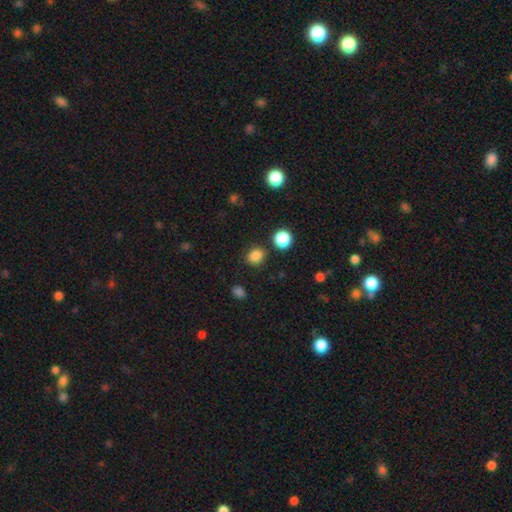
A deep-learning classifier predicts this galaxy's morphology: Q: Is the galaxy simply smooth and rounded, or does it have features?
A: smooth — 83%.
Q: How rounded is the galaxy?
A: round — 70%.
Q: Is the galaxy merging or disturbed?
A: none — 82%.